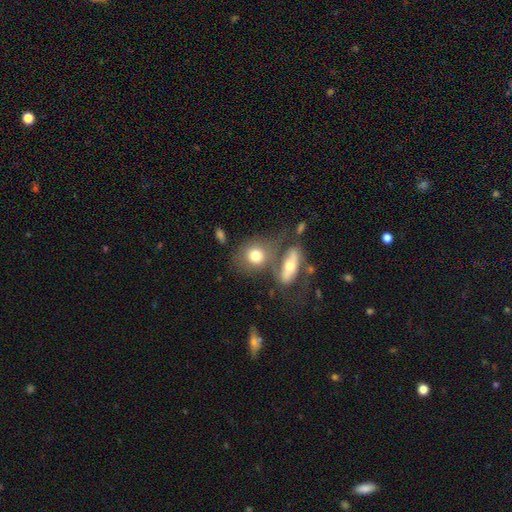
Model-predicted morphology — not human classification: Smooth or featured? Predicted: smooth (p=0.72). How rounded? Predicted: round (p=0.59). Merging? Predicted: none (p=0.43).